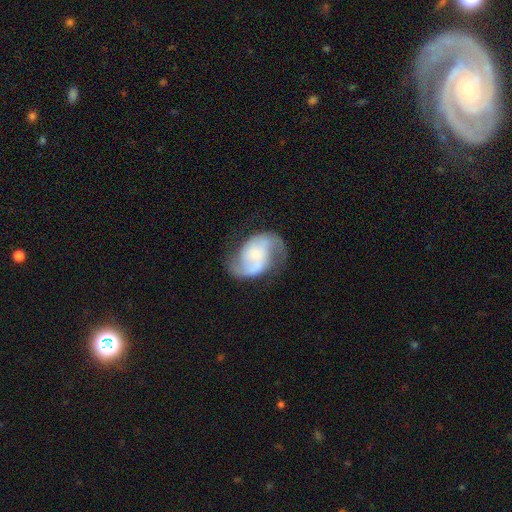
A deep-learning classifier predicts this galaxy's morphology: Smooth or featured? featured or disk (84%)
Edge-on disk? no (98%)
Bar? no (51%)
Spiral arms? yes (96%)
Spiral winding? medium (46%)
Spiral arm count? 2 (91%)
Bulge size? small (59%)
Merging? none (68%)